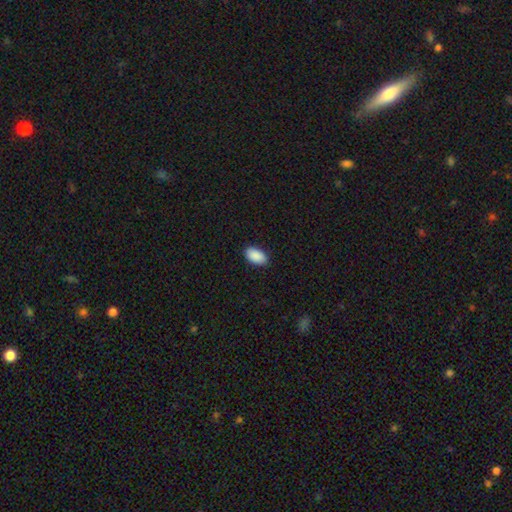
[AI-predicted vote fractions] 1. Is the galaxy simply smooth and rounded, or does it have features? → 91% smooth, 6% star or artifact, 3% featured or disk.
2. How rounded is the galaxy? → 95% in between, 3% round, 2% cigar-shaped.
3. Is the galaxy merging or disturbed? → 89% none, 8% minor disturbance, 2% major disturbance, 1% merger.